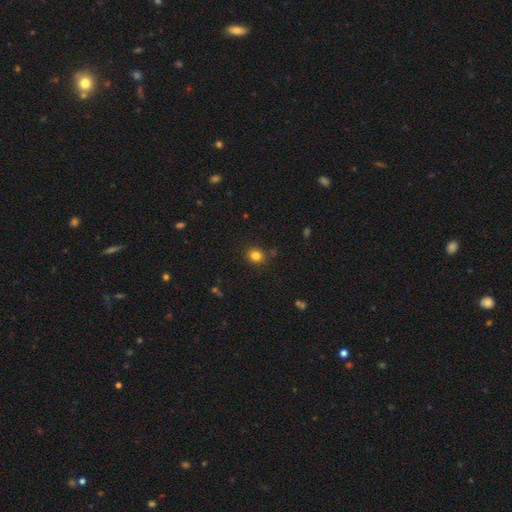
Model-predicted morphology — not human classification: type=smooth (82%); roundness=round (75%); merging=none (86%).